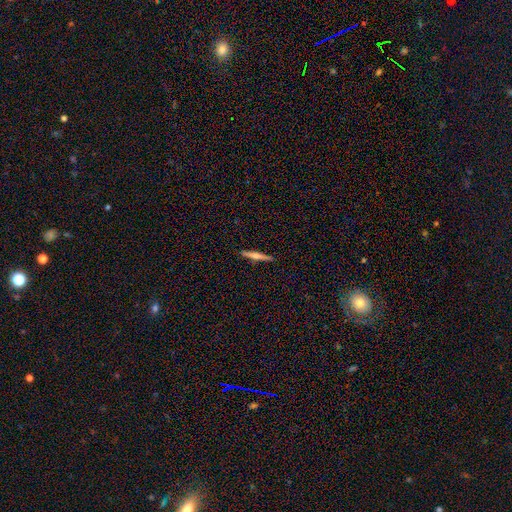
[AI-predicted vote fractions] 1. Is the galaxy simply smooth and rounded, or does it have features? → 58% featured or disk, 36% smooth, 7% star or artifact.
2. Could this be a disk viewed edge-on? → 97% yes, 3% no.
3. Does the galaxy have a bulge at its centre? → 80% rounded, 14% none, 7% boxy.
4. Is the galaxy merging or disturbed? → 91% none, 6% minor disturbance, 1% major disturbance, 1% merger.